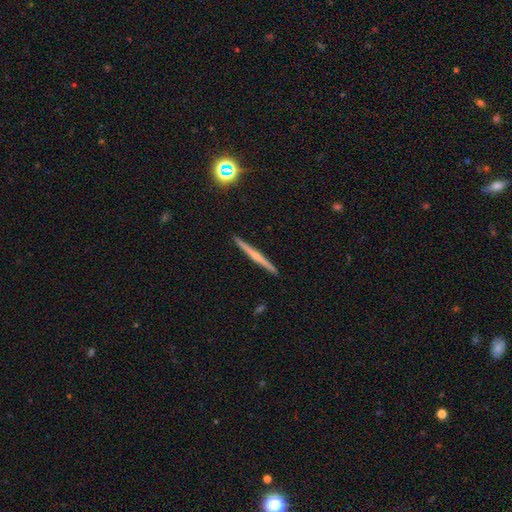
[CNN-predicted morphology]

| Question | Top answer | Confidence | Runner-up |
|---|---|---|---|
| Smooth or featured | featured or disk | 59% | smooth (33%) |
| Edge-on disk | yes | 98% | no (2%) |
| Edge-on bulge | none | 46% | rounded (45%) |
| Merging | none | 93% | minor disturbance (5%) |